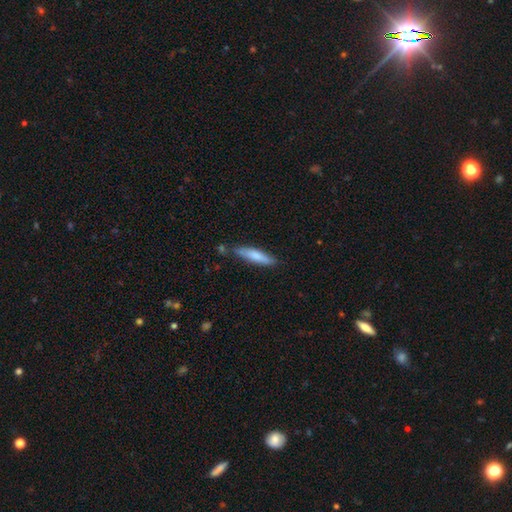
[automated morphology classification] This is likely a smooth galaxy (76%). How rounded: likely cigar-shaped (79%). Merging: likely none (74%).